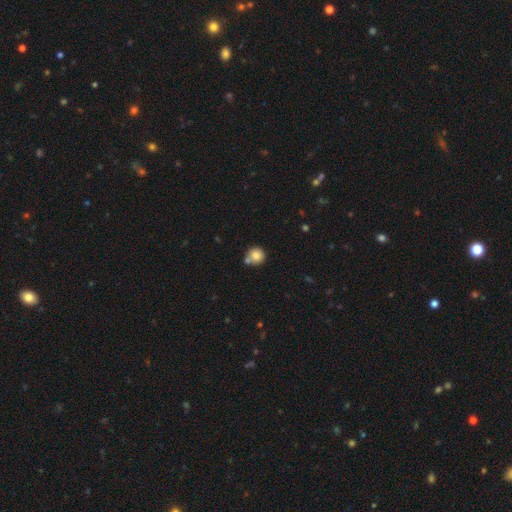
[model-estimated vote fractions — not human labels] Morphology: type=smooth (83%); roundness=round (90%); merging=none (60%).